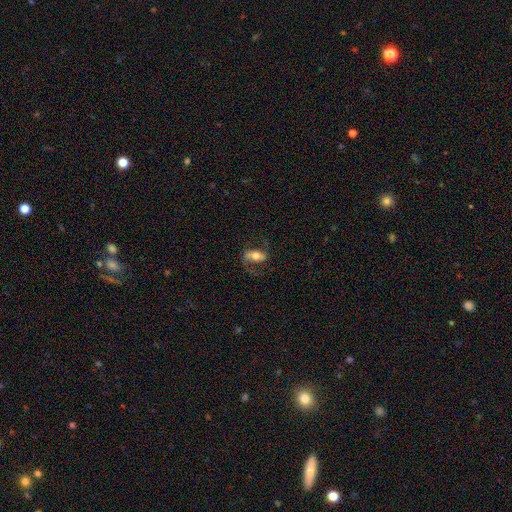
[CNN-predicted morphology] The model was most divided on "bar": strong: 42%, no: 31%, weak: 27%. More confident: edge-on disk — no (89%); spiral arms — yes (82%); merging — none (66%); bulge size — moderate (62%); smooth or featured — featured or disk (58%).